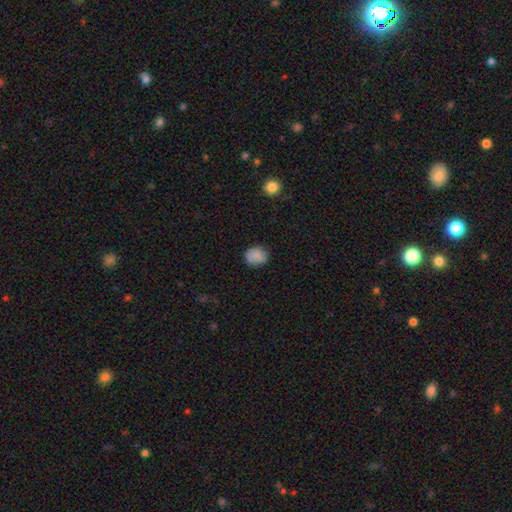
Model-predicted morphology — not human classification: smooth 86%, star or artifact 8%, featured or disk 5%. Down the decision tree: how rounded — round (70%); merging — none (81%).